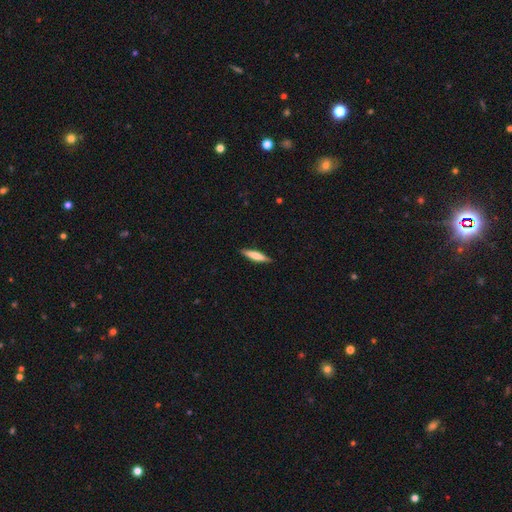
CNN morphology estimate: A smooth galaxy with no disk features (66%) that is cigar-shaped (84%). Merging: none (89%).